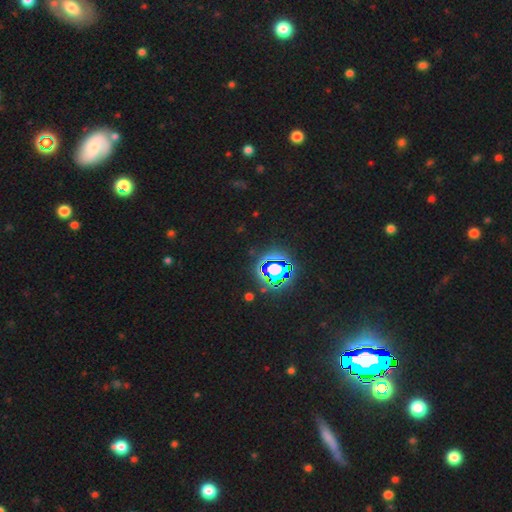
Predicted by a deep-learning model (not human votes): A star or artifact, not a galaxy (80%).

Vote fractions:
- Smooth or featured? star or artifact: 80% / smooth: 12% / featured or disk: 8%